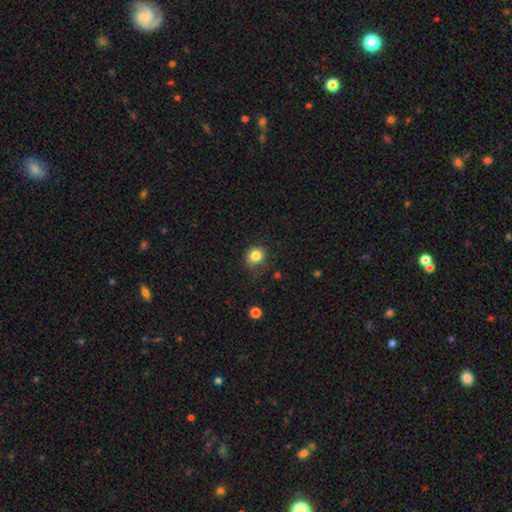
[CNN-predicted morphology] This appears to be a smooth galaxy with no disk features (83%) that is round (80%). Merging: none (77%).